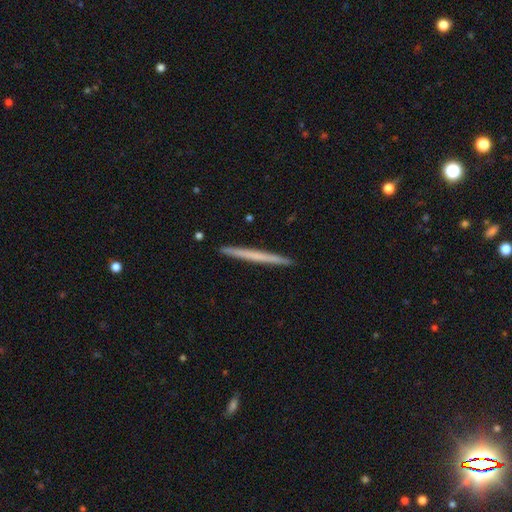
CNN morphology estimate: A smooth galaxy with no disk features (51%) that is cigar-shaped (98%). Merging: none (93%).